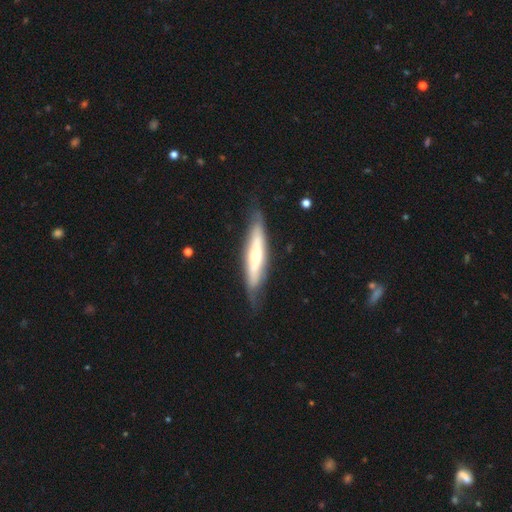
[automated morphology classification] smooth-or-featured: featured or disk: 60% | smooth: 35% | star or artifact: 5%
  disk-edge-on: yes: 67% | no: 33%
  merging: none: 76% | minor disturbance: 18% | major disturbance: 5% | merger: 2%